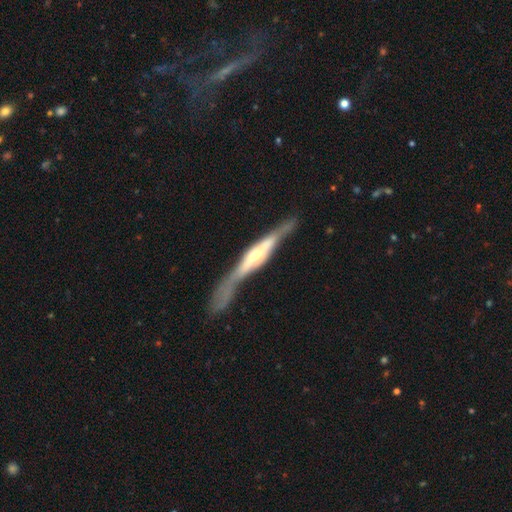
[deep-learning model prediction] smooth-or-featured: featured or disk: 78% | smooth: 17% | star or artifact: 5%
  disk-edge-on: yes: 91% | no: 9%
    edge-on-bulge: rounded: 64% | boxy: 28% | none: 9%
  merging: none: 65% | minor disturbance: 20% | major disturbance: 11% | merger: 4%